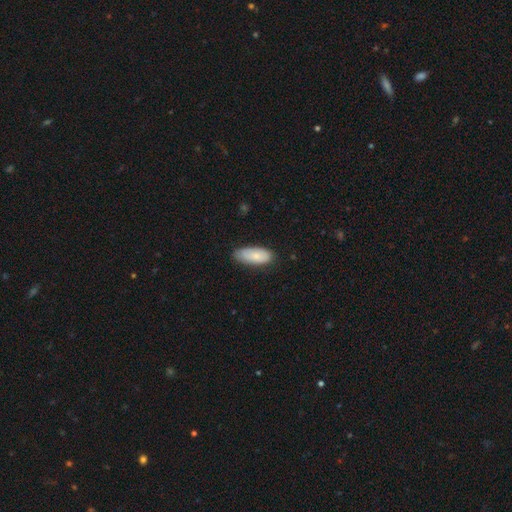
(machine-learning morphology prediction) The model was most divided on "merging": none: 75%, minor disturbance: 21%, major disturbance: 3%, merger: 1%. More confident: how rounded — in between (83%); smooth or featured — smooth (81%).